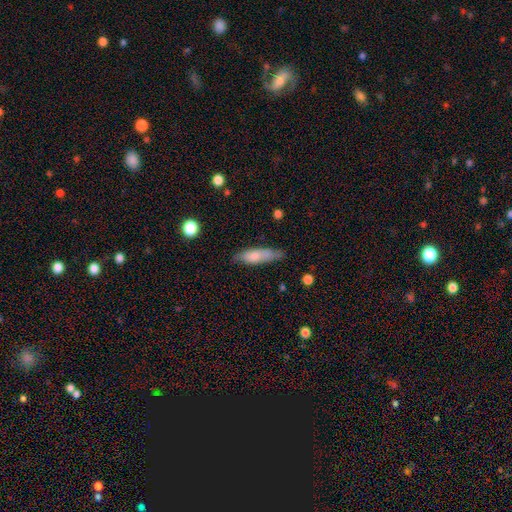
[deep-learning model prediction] smooth 73%, featured or disk 21%, star or artifact 6%. Down the decision tree: how rounded — cigar-shaped (61%); merging — none (69%).